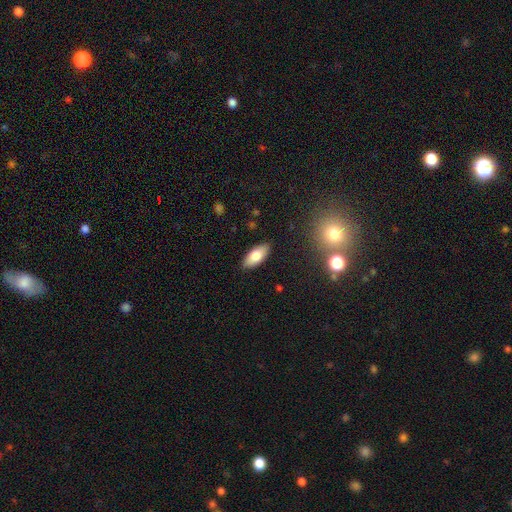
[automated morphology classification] This is likely a smooth galaxy (78%). How rounded: clearly in between (88%). Merging: clearly none (88%).